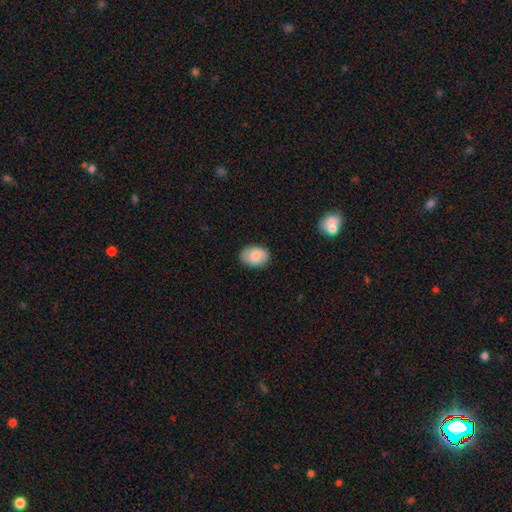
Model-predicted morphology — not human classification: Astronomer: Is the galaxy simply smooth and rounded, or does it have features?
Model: smooth — 78%.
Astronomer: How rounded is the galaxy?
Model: in between — 79%.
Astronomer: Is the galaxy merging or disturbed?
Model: none — 83%.